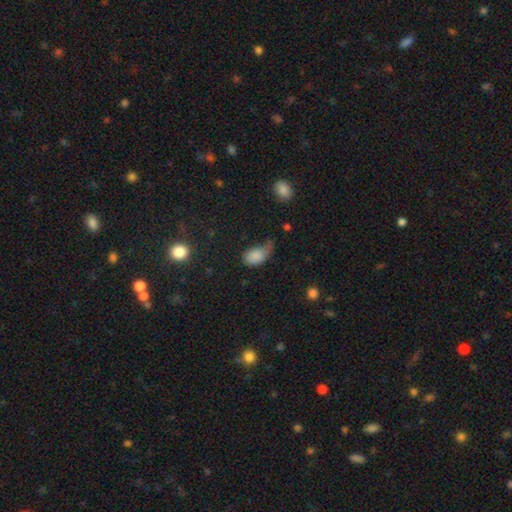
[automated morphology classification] smooth-or-featured: smooth: 81% | star or artifact: 9% | featured or disk: 9%
  how-rounded: in between: 83% | round: 15% | cigar-shaped: 2%
  merging: minor disturbance: 38% | major disturbance: 31% | none: 25% | merger: 6%